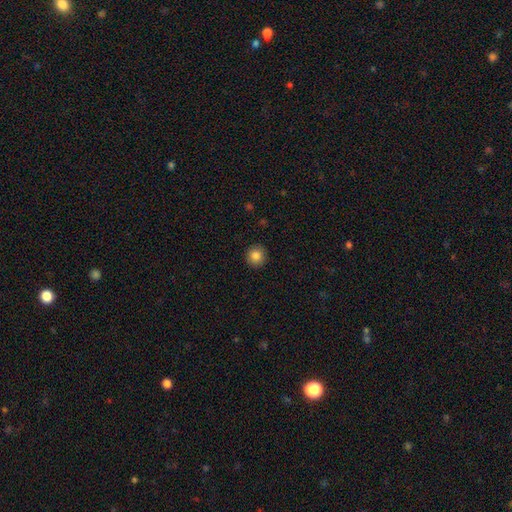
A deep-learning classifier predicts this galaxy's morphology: This is clearly a smooth galaxy (84%). How rounded: clearly round (94%). Merging: clearly none (92%).